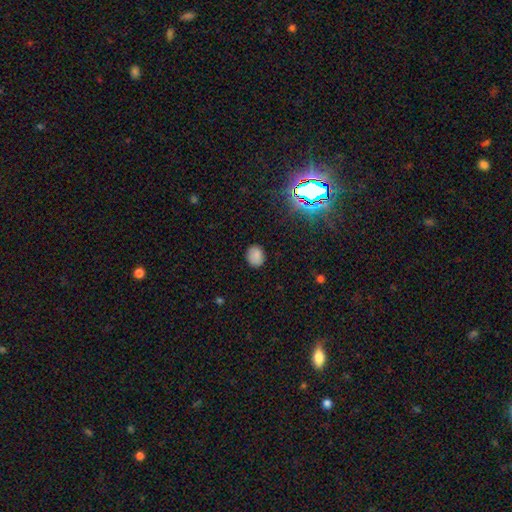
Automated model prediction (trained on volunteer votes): This is clearly a smooth galaxy (81%). How rounded: possibly in between (52%). Merging: clearly none (85%).